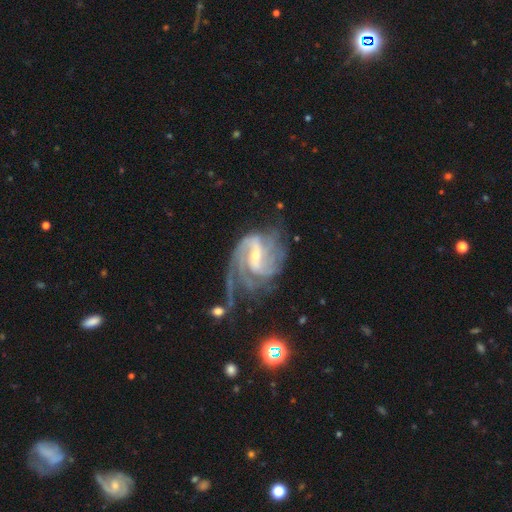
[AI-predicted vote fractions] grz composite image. It shows a featured or disk galaxy (90%) with a weak bar (47%), 2 (41%) medium (46%) spiral arms (97%) and a small central bulge (61%). Merging: none (41%).